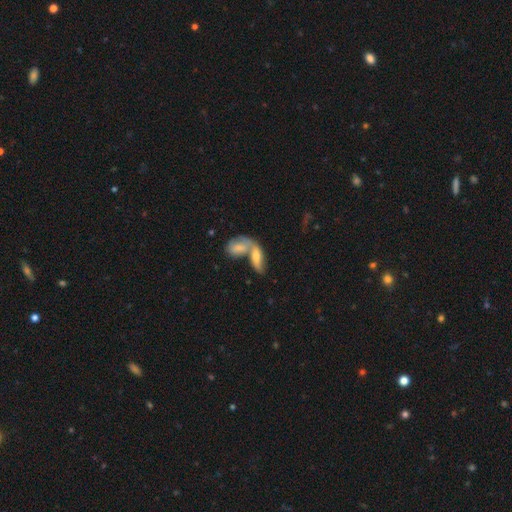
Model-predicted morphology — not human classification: Smooth or featured? smooth (48%)
Merging? merger (67%)